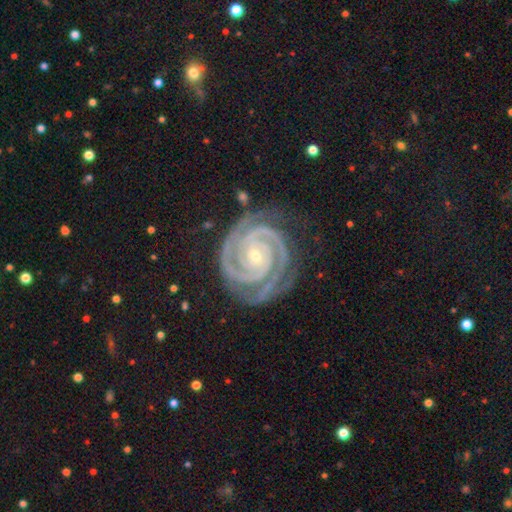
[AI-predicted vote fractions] featured or disk 94%, star or artifact 4%, smooth 2%. Down the decision tree: edge-on disk — no (98%); bar — no (67%); spiral arms — yes (99%); spiral arm count — 2 (72%); spiral winding — tight (86%); bulge size — small (77%); merging — none (77%).